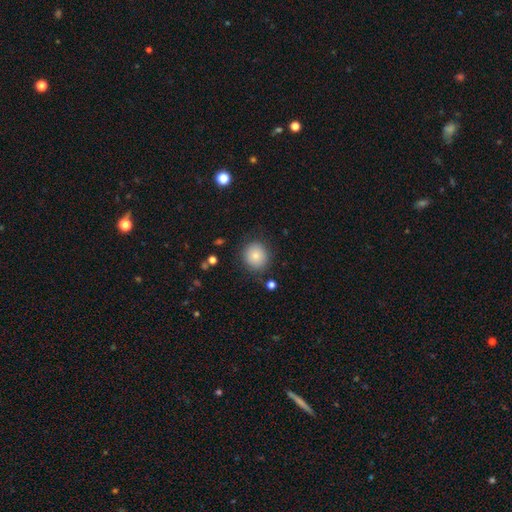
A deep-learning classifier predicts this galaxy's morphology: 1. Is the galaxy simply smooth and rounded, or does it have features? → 81% smooth, 10% star or artifact, 9% featured or disk.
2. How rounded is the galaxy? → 86% round, 13% in between, 1% cigar-shaped.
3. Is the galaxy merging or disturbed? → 84% none, 11% minor disturbance, 4% major disturbance, 2% merger.